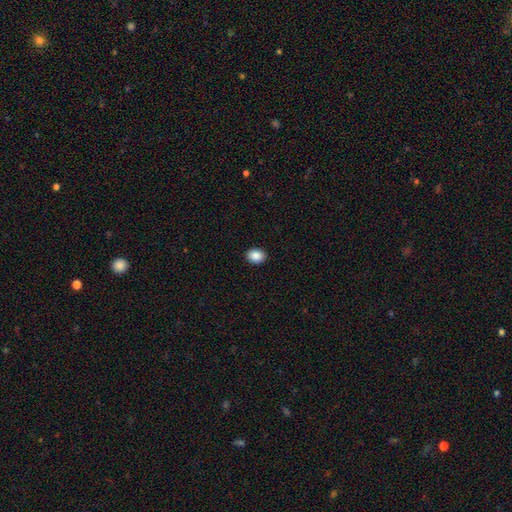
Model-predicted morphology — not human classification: Smooth or featured: smooth — 89% (star or artifact — 8%)
How rounded: in between — 61% (round — 39%)
Merging: none — 91% (minor disturbance — 6%)